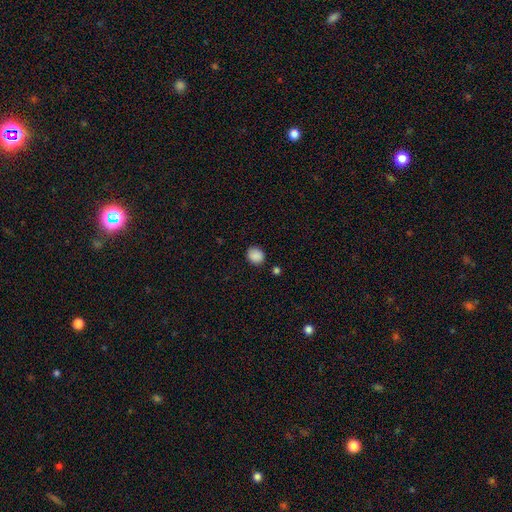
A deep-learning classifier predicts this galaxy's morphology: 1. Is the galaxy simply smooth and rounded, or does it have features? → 88% smooth, 9% star or artifact, 3% featured or disk.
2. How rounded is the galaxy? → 66% round, 33% in between, 1% cigar-shaped.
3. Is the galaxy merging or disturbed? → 83% none, 11% minor disturbance, 3% merger, 3% major disturbance.